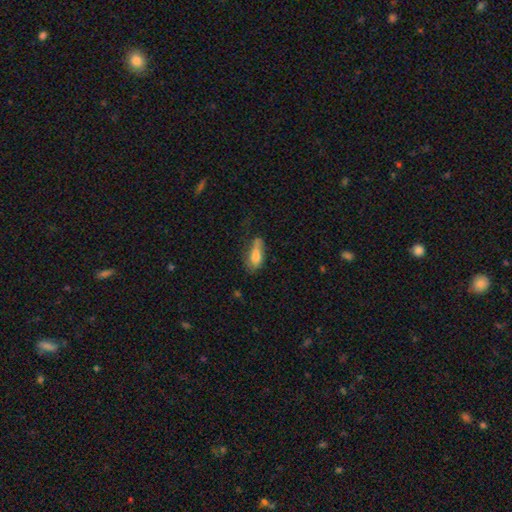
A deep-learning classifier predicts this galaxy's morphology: Smooth or featured: smooth — 72% (featured or disk — 21%)
How rounded: in between — 71% (cigar-shaped — 26%)
Merging: none — 44% (minor disturbance — 32%)